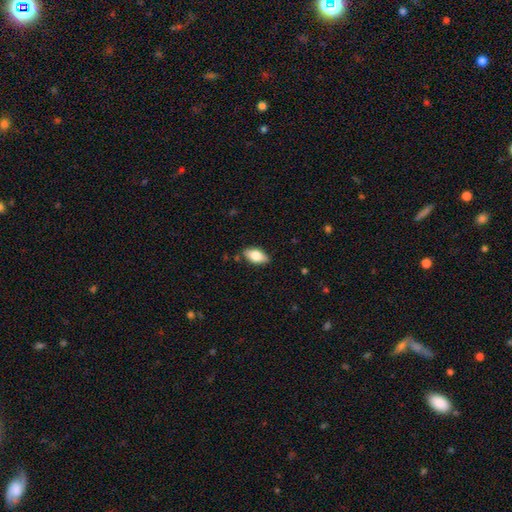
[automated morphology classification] Overall: smooth (73%). How rounded: in between (89%). Merging: none (84%).